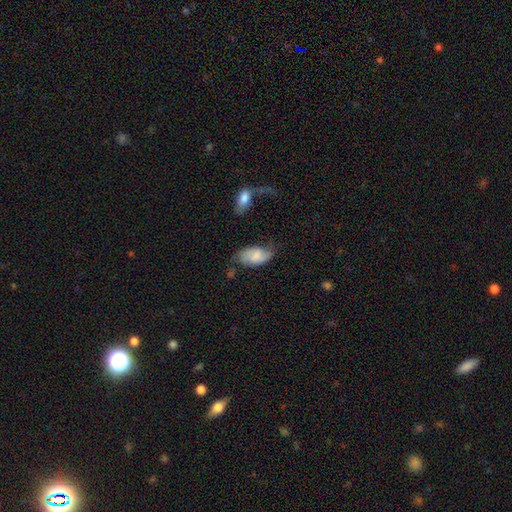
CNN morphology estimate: smooth_or_featured: smooth (p=0.71) [alt: featured or disk p=0.22]
how_rounded: in between (p=0.94) [alt: round p=0.04]
merging: none (p=0.49) [alt: minor disturbance p=0.34]